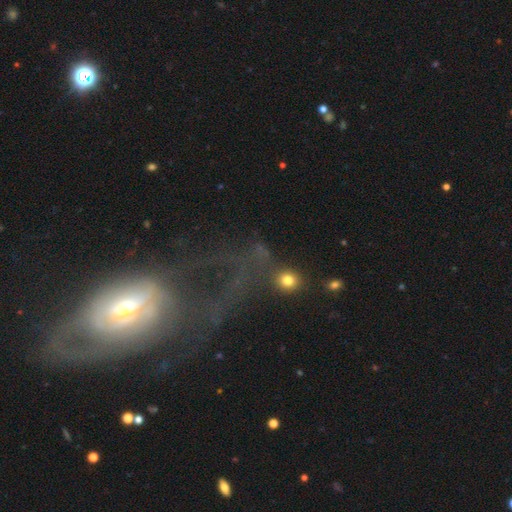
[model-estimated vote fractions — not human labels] Smooth or featured? Predicted: featured or disk (p=0.36). Merging? Predicted: major disturbance (p=0.41).